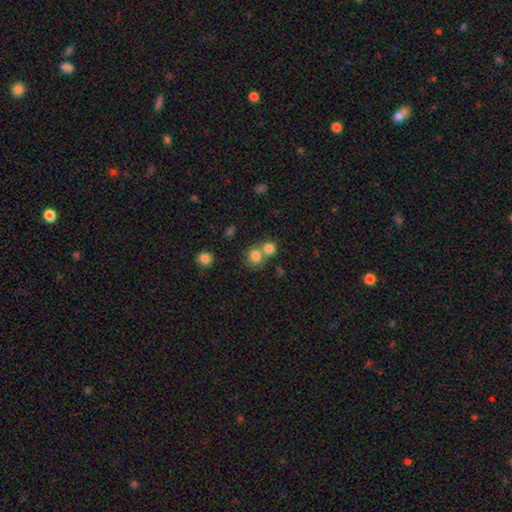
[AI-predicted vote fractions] Smooth or featured?
  - smooth: 80% *
  - star or artifact: 11%
  - featured or disk: 9%
How rounded?
  - round: 80% *
  - in between: 19%
  - cigar-shaped: 1%
Merging?
  - merger: 46% *
  - none: 45%
  - minor disturbance: 7%
  - major disturbance: 3%